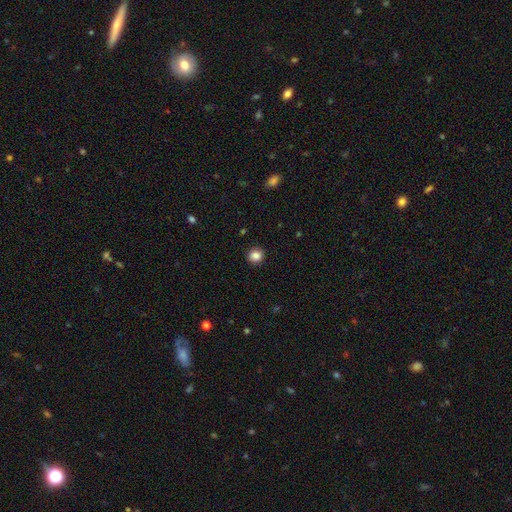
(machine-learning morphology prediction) Smooth or featured? smooth (86%)
How rounded? round (85%)
Merging? none (92%)